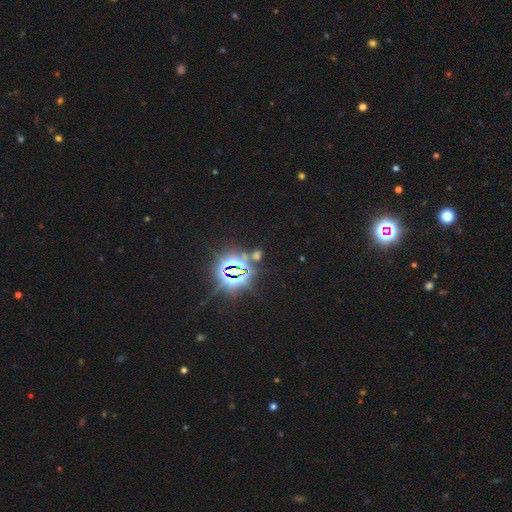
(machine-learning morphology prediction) Smooth or featured: star or artifact — 74% (smooth — 19%)